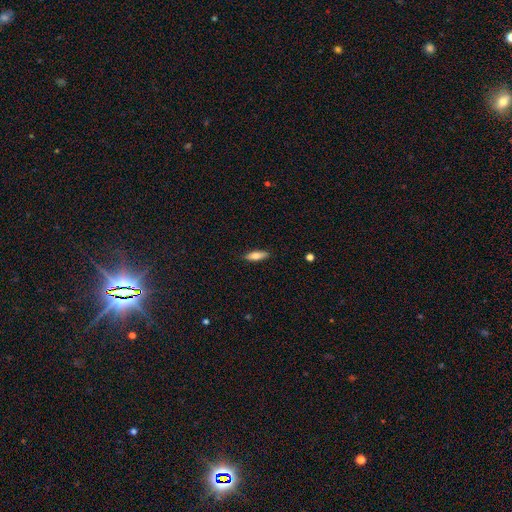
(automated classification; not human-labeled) Overall: smooth (75%). How rounded: in between (51%; cigar-shaped 46%). Merging: none (87%).